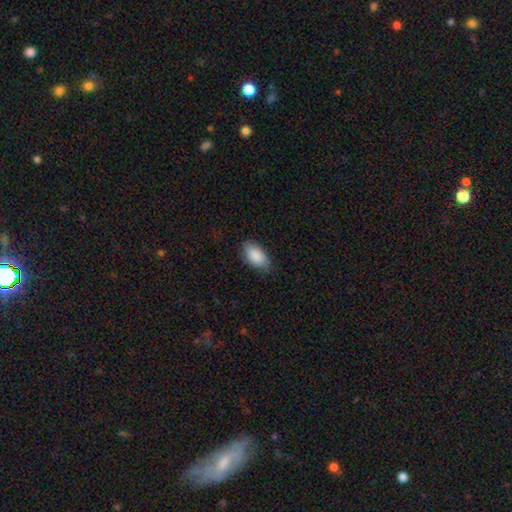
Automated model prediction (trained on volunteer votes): This appears to be a smooth galaxy with no disk features (89%) that is in between round and cigar-shaped (94%). Merging: none (78%).